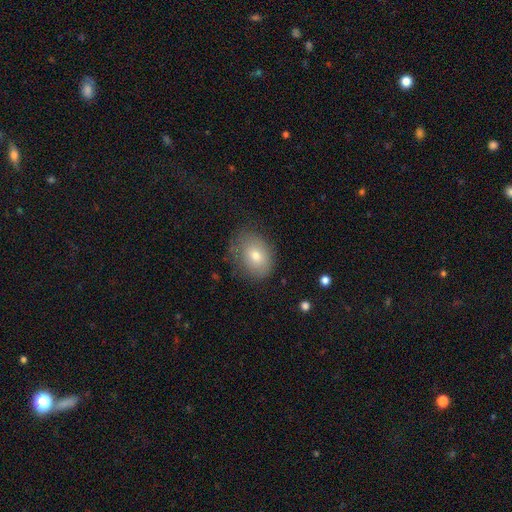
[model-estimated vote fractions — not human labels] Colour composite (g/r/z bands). It shows a smooth galaxy with no disk features (74%) that is in between round and cigar-shaped (63%). Merging: none (71%).